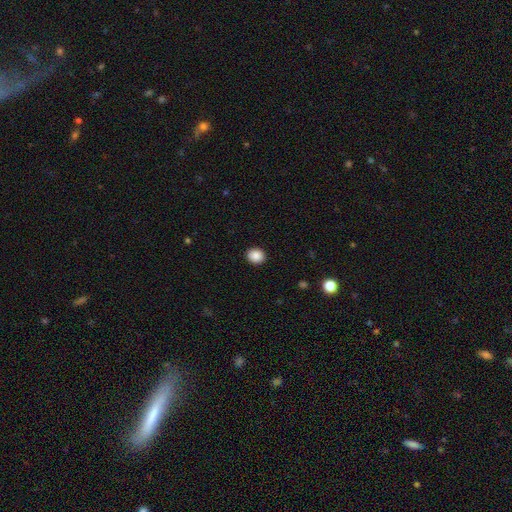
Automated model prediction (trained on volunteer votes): A smooth galaxy with no disk features (88%) that is round (66%). Merging: none (91%).